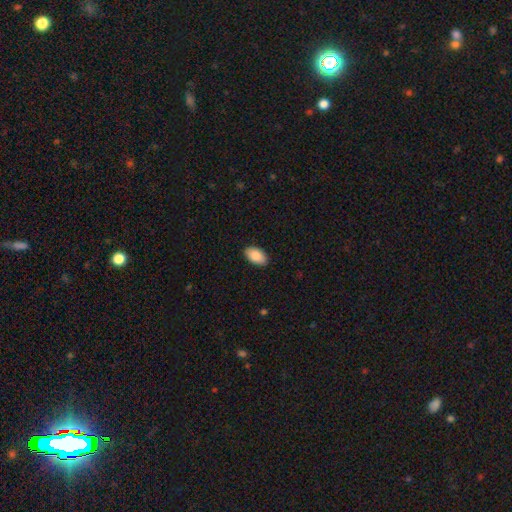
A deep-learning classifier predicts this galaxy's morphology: Smooth or featured?
  - smooth: 89% *
  - star or artifact: 6%
  - featured or disk: 5%
How rounded?
  - in between: 95% *
  - round: 4%
  - cigar-shaped: 1%
Merging?
  - none: 89% *
  - minor disturbance: 9%
  - major disturbance: 2%
  - merger: 1%